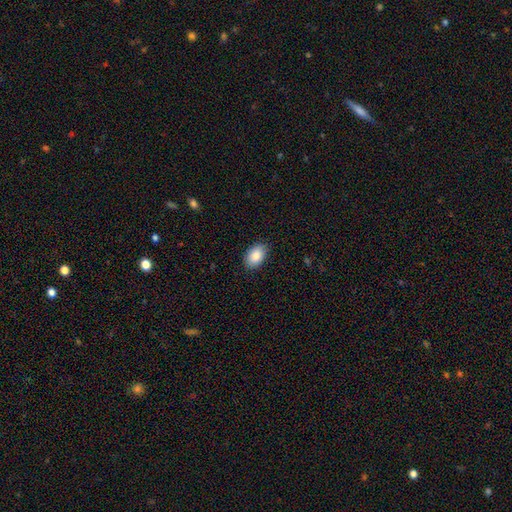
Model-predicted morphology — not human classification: Smooth or featured? smooth (87%)
How rounded? in between (90%)
Merging? none (87%)